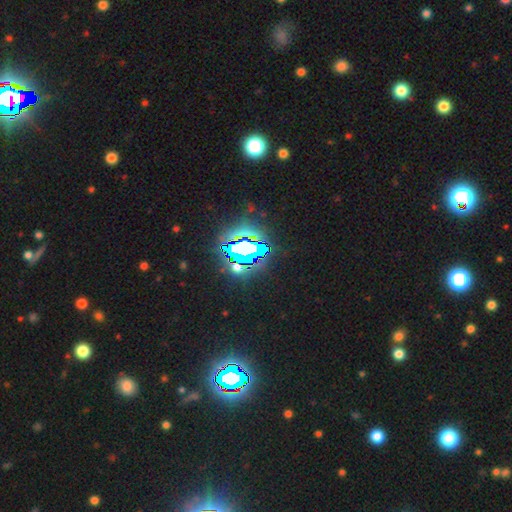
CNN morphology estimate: smooth-or-featured: star or artifact: 83% | smooth: 9% | featured or disk: 7%